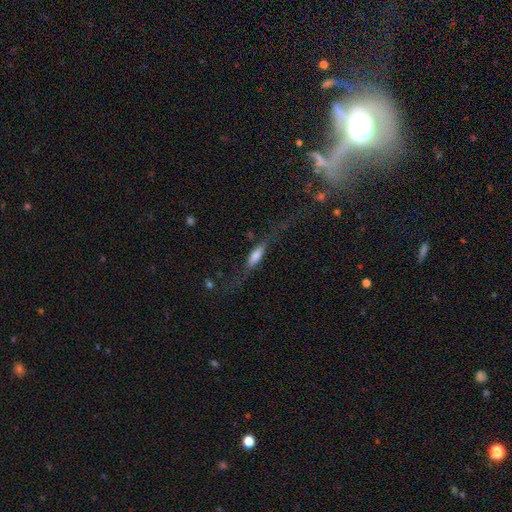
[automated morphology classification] Smooth or featured: smooth — 53% (featured or disk — 39%)
How rounded: cigar-shaped — 54% (in between — 41%)
Merging: none — 48% (major disturbance — 28%)